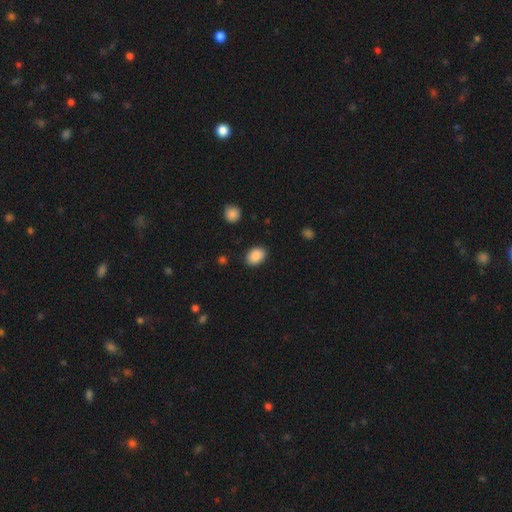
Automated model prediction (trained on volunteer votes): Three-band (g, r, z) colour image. It shows a smooth galaxy with no disk features (89%) that is in between round and cigar-shaped (76%). Merging: none (87%).